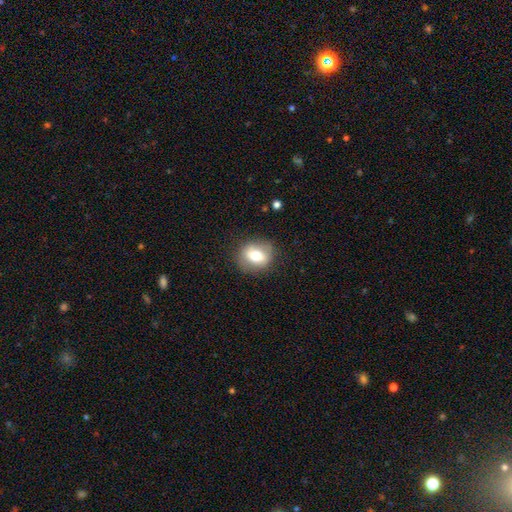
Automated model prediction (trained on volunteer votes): This appears to be a smooth galaxy with no disk features (68%) that is round (62%). Merging: none (81%).